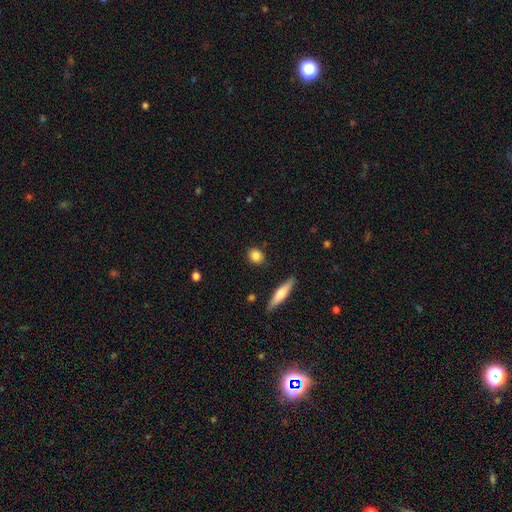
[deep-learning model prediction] This appears to be a smooth galaxy with no disk features (84%) that is round (70%). Merging: none (88%).